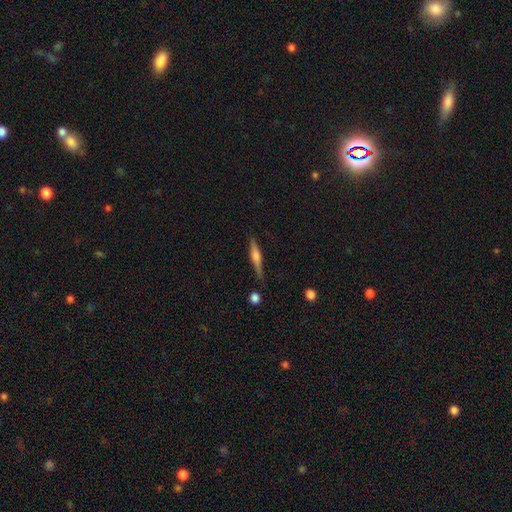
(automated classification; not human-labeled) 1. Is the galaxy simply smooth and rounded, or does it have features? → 62% featured or disk, 30% smooth, 7% star or artifact.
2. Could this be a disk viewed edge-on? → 97% yes, 3% no.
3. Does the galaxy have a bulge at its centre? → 72% rounded, 20% boxy, 7% none.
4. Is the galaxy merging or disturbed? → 82% none, 12% minor disturbance, 3% major disturbance, 3% merger.